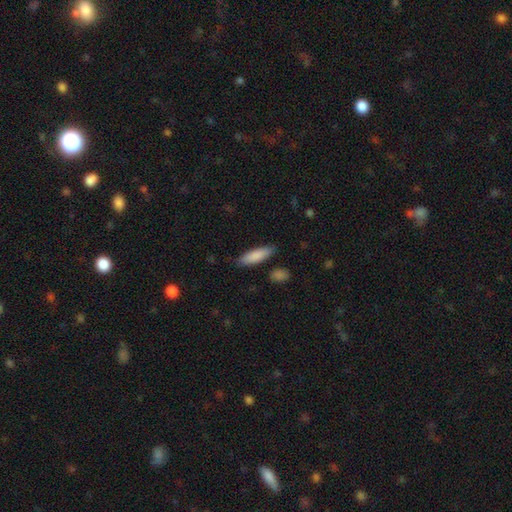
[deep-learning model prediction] smooth 85%, featured or disk 9%, star or artifact 6%. Down the decision tree: how rounded — cigar-shaped (54%); merging — none (84%).